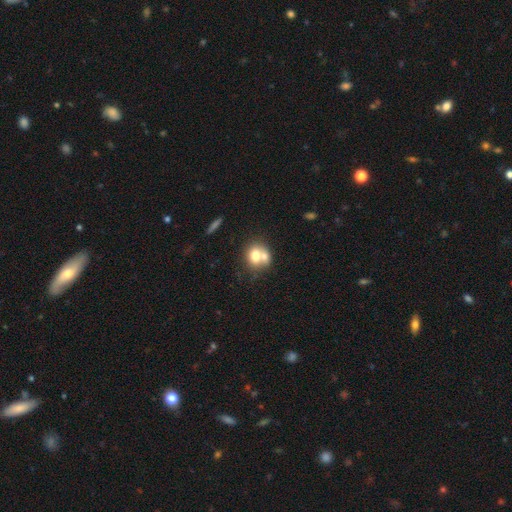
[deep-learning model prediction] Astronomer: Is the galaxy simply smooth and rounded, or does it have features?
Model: smooth — 69%.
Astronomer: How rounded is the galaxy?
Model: round — 63%.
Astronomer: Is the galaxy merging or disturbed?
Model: merger — 55% (runner-up: none, 32%).